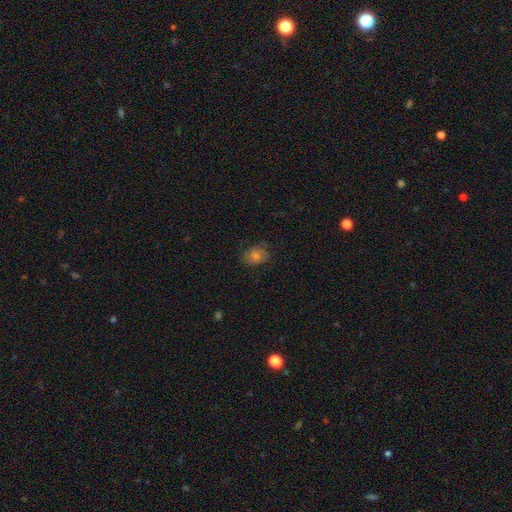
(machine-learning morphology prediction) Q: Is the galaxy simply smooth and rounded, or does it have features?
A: smooth — 59%.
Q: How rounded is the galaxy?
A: in between — 50%.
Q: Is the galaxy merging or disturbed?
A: none — 77%.